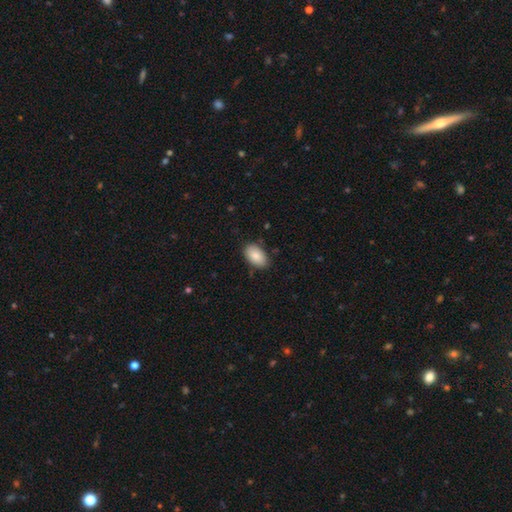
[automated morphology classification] smooth 87%, featured or disk 7%, star or artifact 6%. Down the decision tree: how rounded — in between (94%); merging — none (84%).